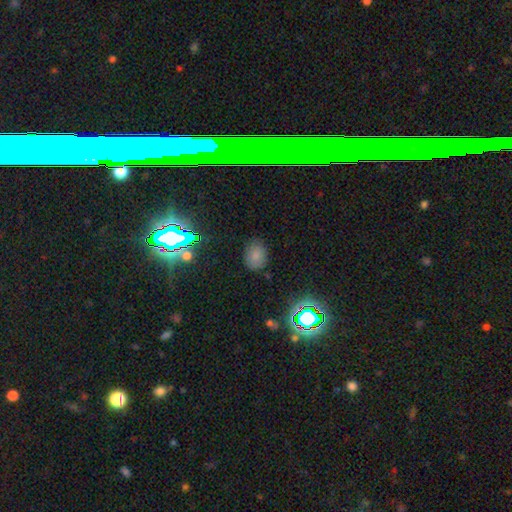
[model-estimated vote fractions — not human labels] Smooth or featured: smooth — 76% (star or artifact — 17%)
How rounded: in between — 60% (round — 38%)
Merging: none — 79% (minor disturbance — 15%)